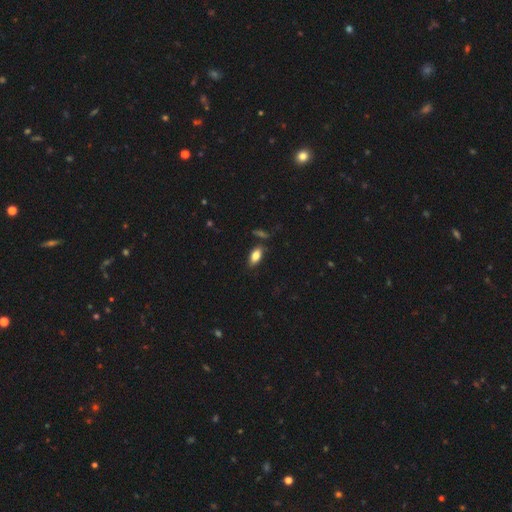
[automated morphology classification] smooth-or-featured: smooth: 80% | featured or disk: 12% | star or artifact: 8%
  how-rounded: in between: 89% | cigar-shaped: 7% | round: 4%
  merging: none: 79% | minor disturbance: 13% | merger: 5% | major disturbance: 3%